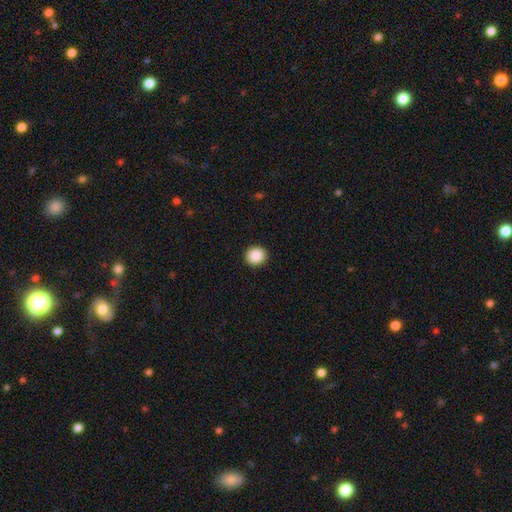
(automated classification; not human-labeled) smooth 89%, star or artifact 8%, featured or disk 2%. Down the decision tree: how rounded — round (84%); merging — none (92%).